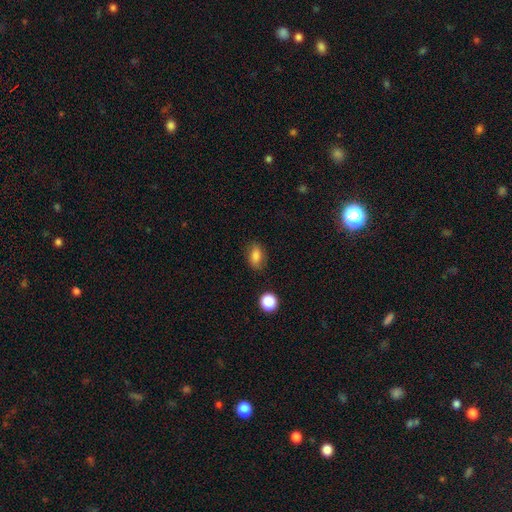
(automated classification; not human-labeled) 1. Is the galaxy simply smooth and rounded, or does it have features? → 81% smooth, 10% star or artifact, 9% featured or disk.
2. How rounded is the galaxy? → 82% in between, 14% round, 4% cigar-shaped.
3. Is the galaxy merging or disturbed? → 80% none, 14% minor disturbance, 4% major disturbance, 2% merger.